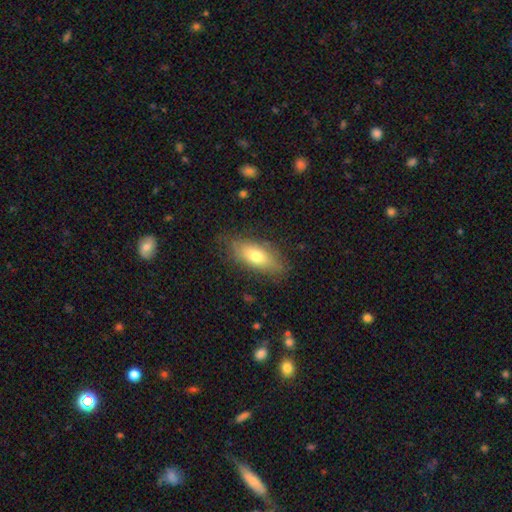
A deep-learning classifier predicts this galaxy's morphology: This appears to be a smooth galaxy with no disk features (69%) that is in between round and cigar-shaped (79%). Merging: none (77%).